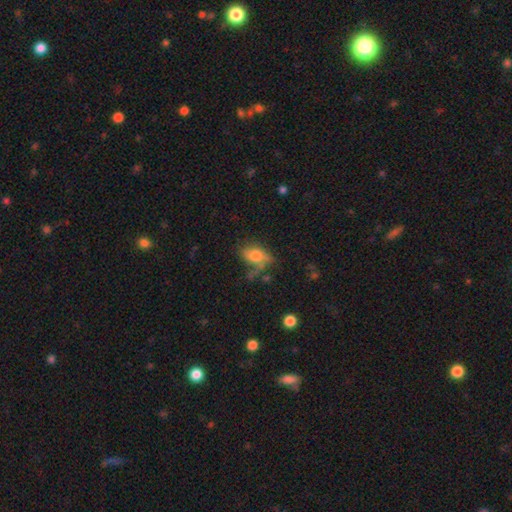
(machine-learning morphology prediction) smooth 63%, featured or disk 26%, star or artifact 11%. Down the decision tree: how rounded — in between (86%); merging — none (43%).